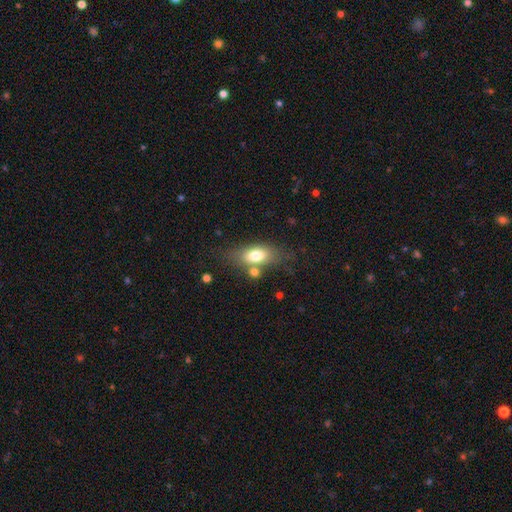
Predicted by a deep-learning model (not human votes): The model was most divided on "merging": none: 64%, minor disturbance: 16%, merger: 15%, major disturbance: 6%. More confident: how rounded — in between (79%); smooth or featured — smooth (73%).